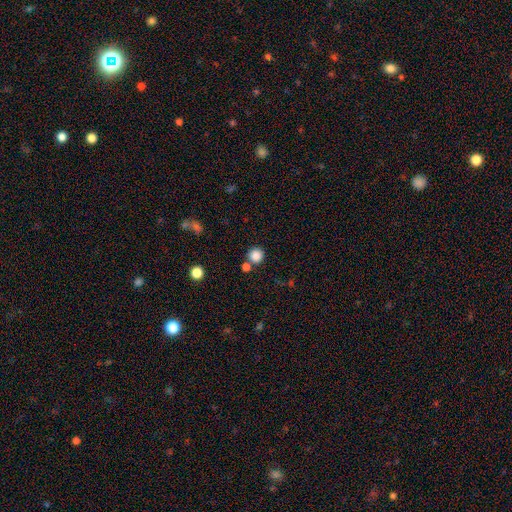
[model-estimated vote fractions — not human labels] A smooth galaxy with no disk features (85%) that is round (94%). Merging: none (75%).